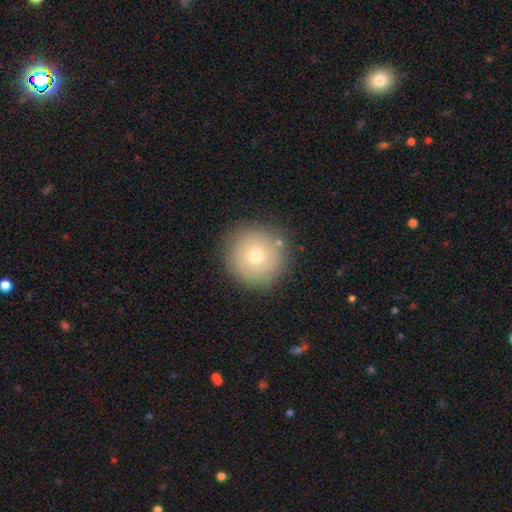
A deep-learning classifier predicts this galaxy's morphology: A smooth galaxy with no disk features (71%) that is round (95%). Merging: none (86%).